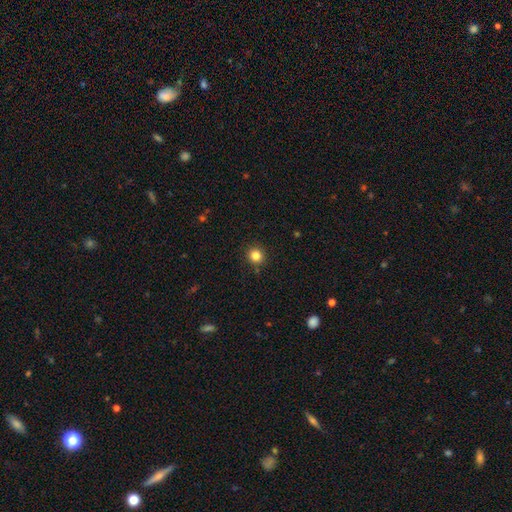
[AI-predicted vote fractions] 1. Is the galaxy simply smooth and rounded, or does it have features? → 83% smooth, 12% star or artifact, 5% featured or disk.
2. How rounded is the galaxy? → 93% round, 6% in between, 1% cigar-shaped.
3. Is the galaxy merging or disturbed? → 91% none, 6% minor disturbance, 2% major disturbance, 2% merger.